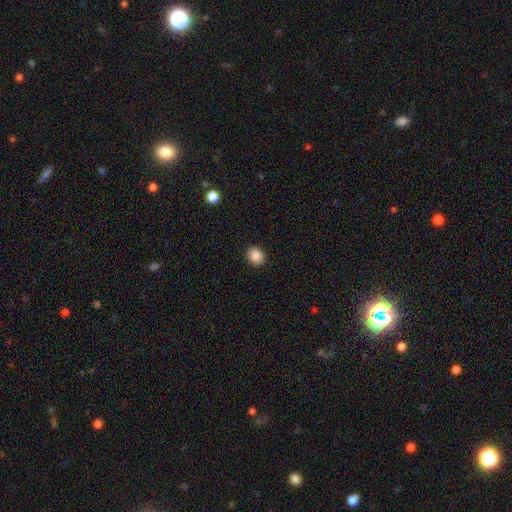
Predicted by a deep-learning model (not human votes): A smooth galaxy with no disk features (88%) that is round (67%). Merging: none (91%).